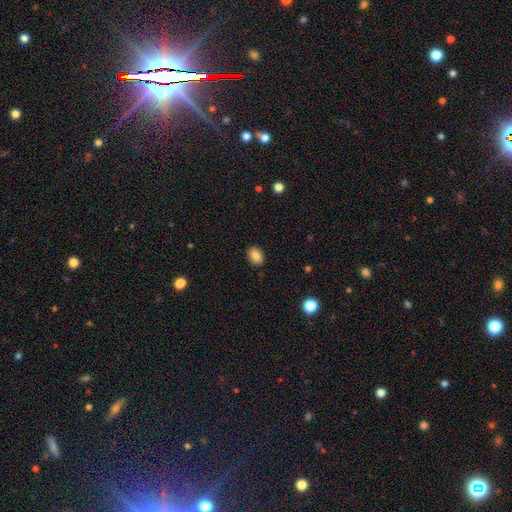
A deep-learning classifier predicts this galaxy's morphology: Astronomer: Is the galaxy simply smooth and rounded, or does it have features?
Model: smooth — 83%.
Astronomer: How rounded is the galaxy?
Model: in between — 66%.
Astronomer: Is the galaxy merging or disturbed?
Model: none — 88%.